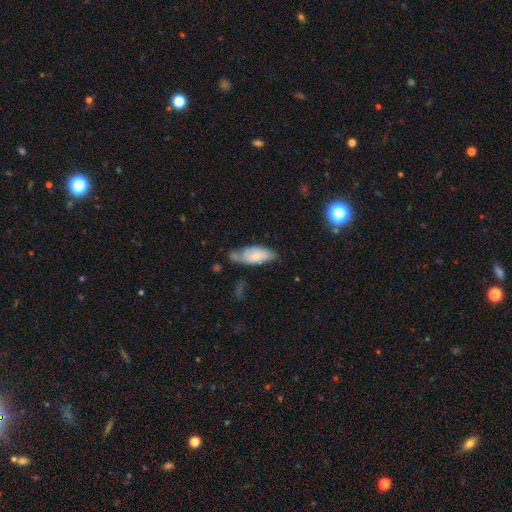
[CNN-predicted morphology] smooth-or-featured: smooth: 60% | featured or disk: 33% | star or artifact: 6%
  how-rounded: in between: 86% | cigar-shaped: 12% | round: 2%
  merging: none: 39% | minor disturbance: 37% | major disturbance: 16% | merger: 7%